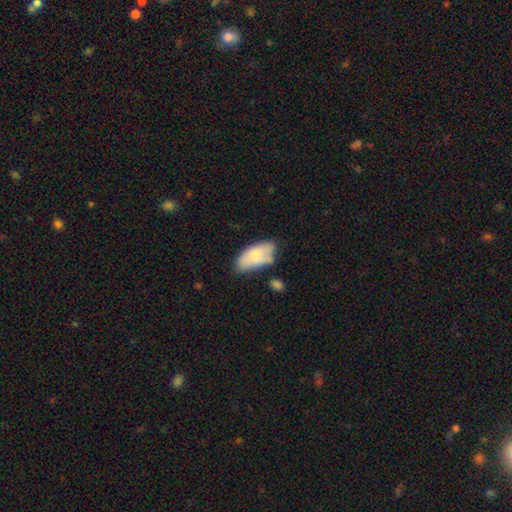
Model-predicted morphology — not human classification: type=smooth (75%); roundness=in between (93%); merging=none (57%).